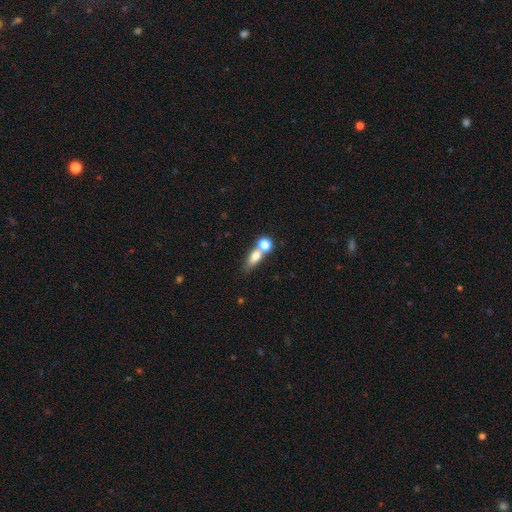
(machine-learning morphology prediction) Overall: smooth (71%). How rounded: in between (56%; round 26%). Merging: merger (48%; none 36%).